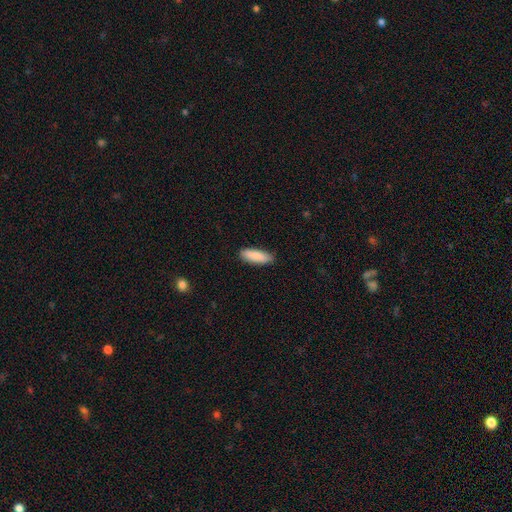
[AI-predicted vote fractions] smooth-or-featured: smooth: 88% | featured or disk: 7% | star or artifact: 5%
  how-rounded: in between: 64% | cigar-shaped: 34% | round: 2%
  merging: none: 86% | minor disturbance: 11% | major disturbance: 2% | merger: 1%